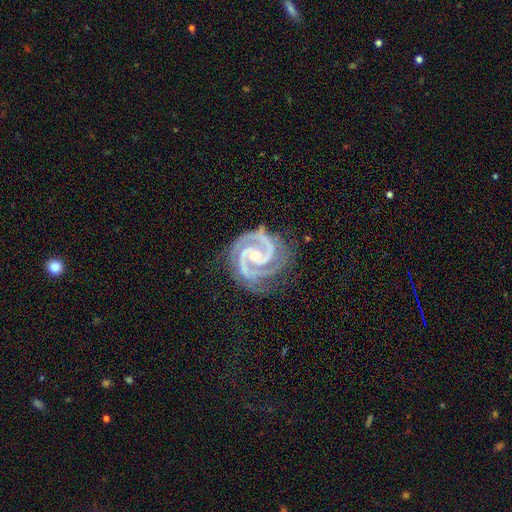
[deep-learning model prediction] Morphology: type=featured or disk (94%); edge-on=no (98%); bar=no (53%); spiral arms=yes (99%); winding=tight (66%); arm count=2 (83%); bulge=small (64%); merging=none (76%).